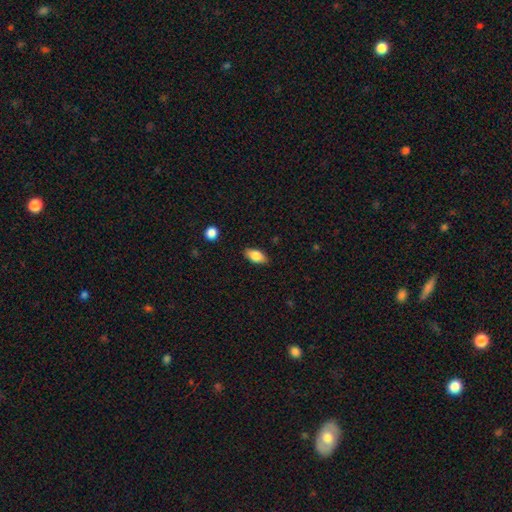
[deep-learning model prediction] The model was most divided on "smooth or featured": smooth: 83%, featured or disk: 10%, star or artifact: 7%. More confident: how rounded — in between (90%); merging — none (85%).